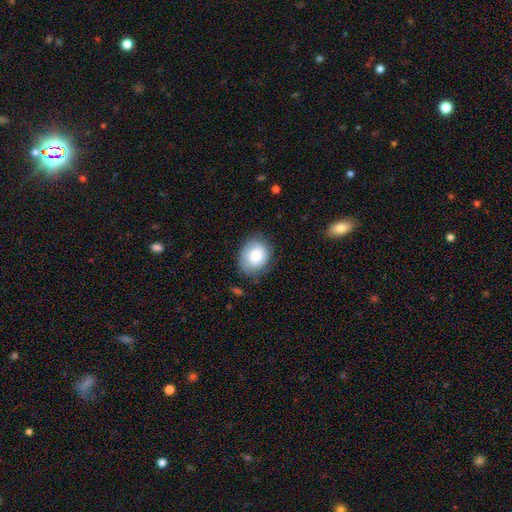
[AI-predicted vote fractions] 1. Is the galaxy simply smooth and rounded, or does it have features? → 80% smooth, 13% featured or disk, 7% star or artifact.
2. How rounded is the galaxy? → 50% round, 49% in between, 1% cigar-shaped.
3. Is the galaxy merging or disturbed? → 75% none, 18% minor disturbance, 5% major disturbance, 1% merger.